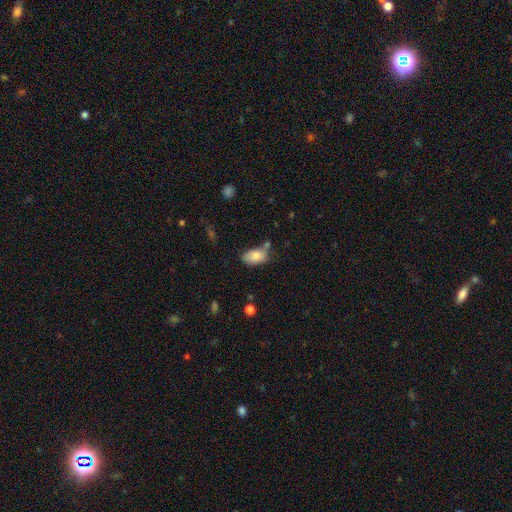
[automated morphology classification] This appears to be a smooth galaxy with no disk features (80%) that is in between round and cigar-shaped (92%). Merging: none (49%).